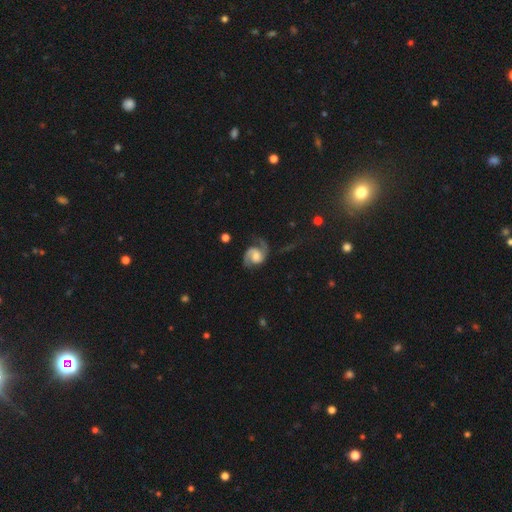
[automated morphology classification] Smooth or featured? featured or disk (87%)
Edge-on disk? no (98%)
Bar? no (55%)
Spiral arms? yes (97%)
Spiral winding? medium (53%)
Spiral arm count? 2 (89%)
Bulge size? moderate (47%)
Merging? none (68%)